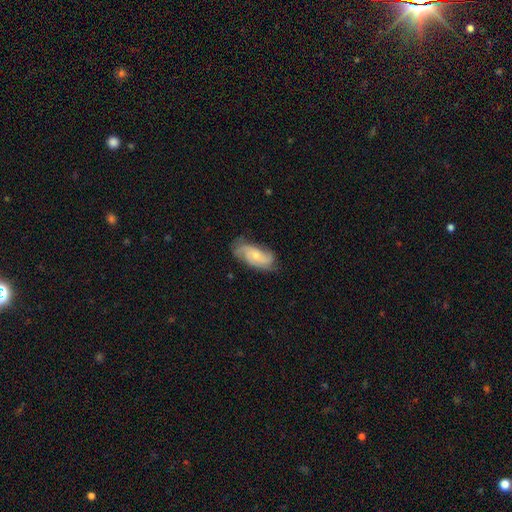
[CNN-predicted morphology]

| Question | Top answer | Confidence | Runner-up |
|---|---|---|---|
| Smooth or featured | featured or disk | 69% | smooth (25%) |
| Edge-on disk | no | 94% | yes (6%) |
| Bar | no | 68% | weak (27%) |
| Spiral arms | yes | 93% | no (7%) |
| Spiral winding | medium | 44% | tight (38%) |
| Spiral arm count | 2 | 46% | 3 (24%) |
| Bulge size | small | 60% | moderate (35%) |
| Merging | none | 69% | minor disturbance (23%) |